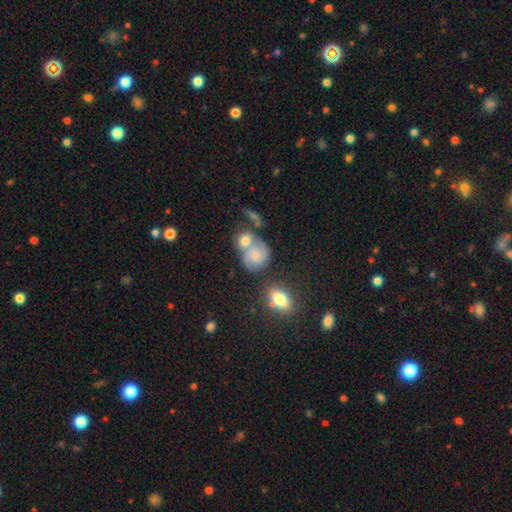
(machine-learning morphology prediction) smooth-or-featured: featured or disk: 53% | smooth: 37% | star or artifact: 10%
  disk-edge-on: no: 97% | yes: 3%
    bar: no: 71% | weak: 25% | strong: 4%
    has-spiral-arms: yes: 84% | no: 16%
    bulge-size: small: 49% | moderate: 28% | none: 16% | large: 5% | dominant: 2%
  merging: none: 39% | merger: 38% | minor disturbance: 15% | major disturbance: 8%